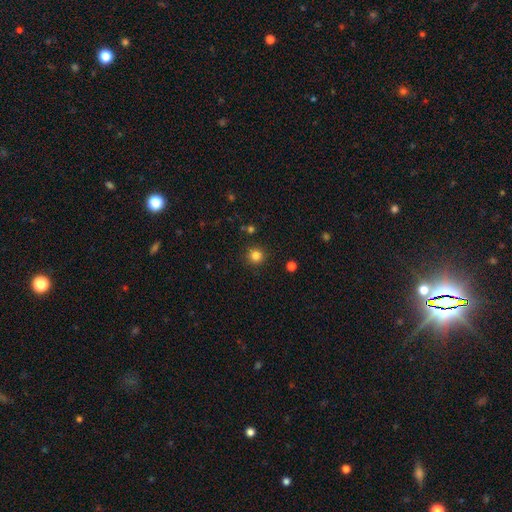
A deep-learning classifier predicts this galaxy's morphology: This is clearly a smooth galaxy (83%). How rounded: clearly round (94%). Merging: clearly none (90%).